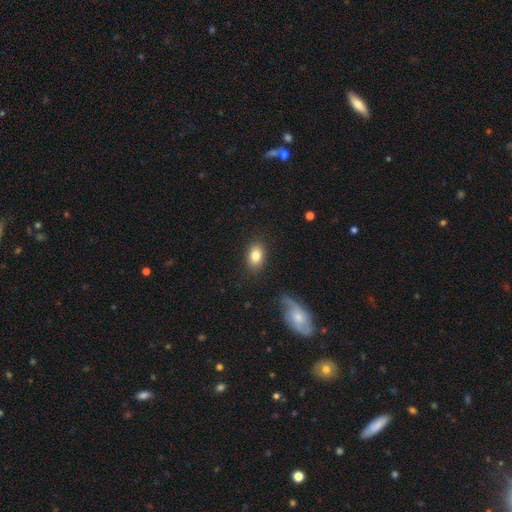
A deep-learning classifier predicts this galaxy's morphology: Smooth or featured? smooth (83%)
How rounded? in between (81%)
Merging? none (85%)